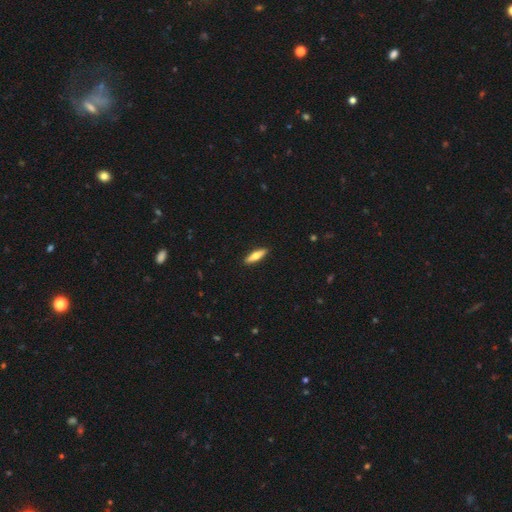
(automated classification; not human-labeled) This is possibly a smooth galaxy (59%). How rounded: likely cigar-shaped (69%). Merging: clearly none (91%).